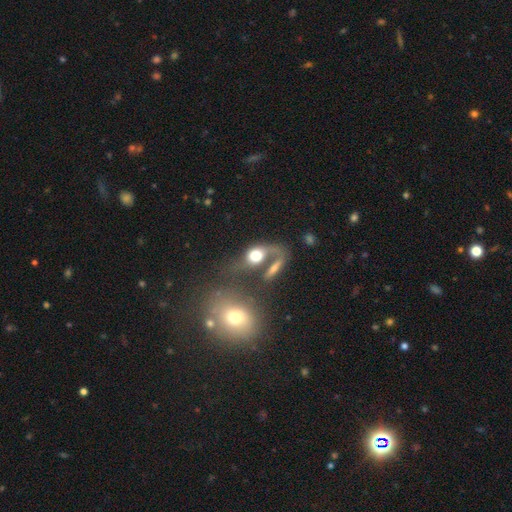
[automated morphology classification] Smooth or featured? Predicted: smooth (p=0.55). How rounded? Predicted: in between (p=0.55). Merging? Predicted: merger (p=0.41).